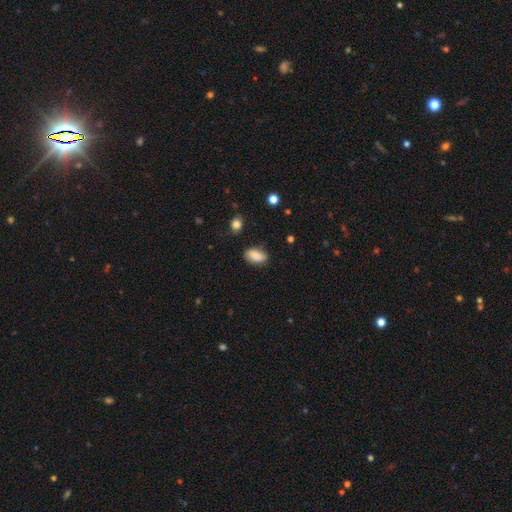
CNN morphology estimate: Smooth or featured? Predicted: smooth (p=0.84). How rounded? Predicted: in between (p=0.91). Merging? Predicted: none (p=0.75).